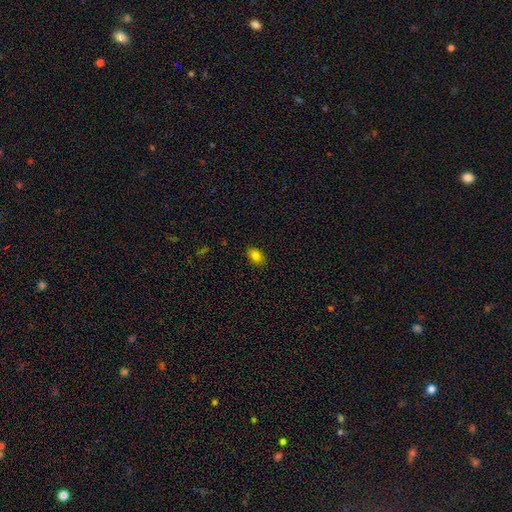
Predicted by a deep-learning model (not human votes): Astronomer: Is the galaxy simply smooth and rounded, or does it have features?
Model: smooth — 83%.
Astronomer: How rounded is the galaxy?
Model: in between — 83%.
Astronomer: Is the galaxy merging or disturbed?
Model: none — 87%.